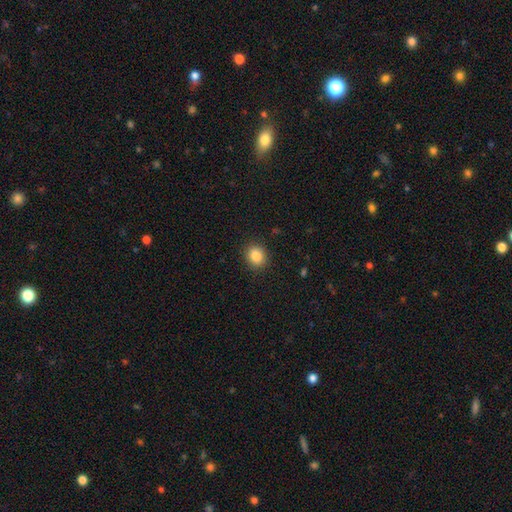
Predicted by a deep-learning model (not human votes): Overall: smooth (85%). How rounded: round (67%; in between 32%). Merging: none (89%).